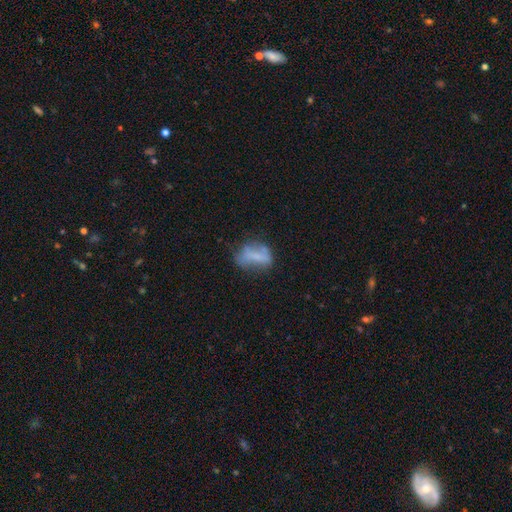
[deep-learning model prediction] This is possibly a smooth galaxy (51%). How rounded: likely in between (74%). Merging: possibly none (45%).